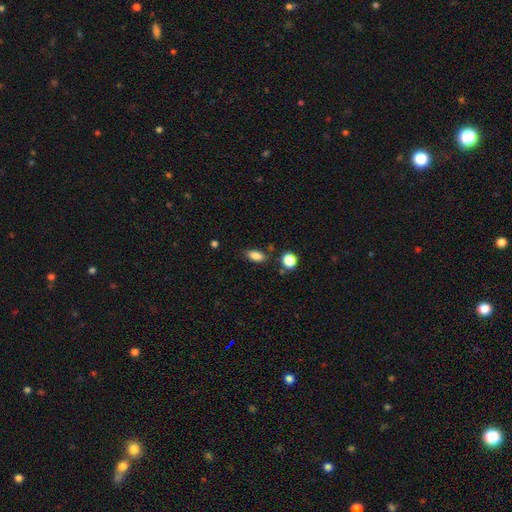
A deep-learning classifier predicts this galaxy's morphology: This appears to be a smooth galaxy with no disk features (85%) that is in between round and cigar-shaped (86%). Merging: none (78%).